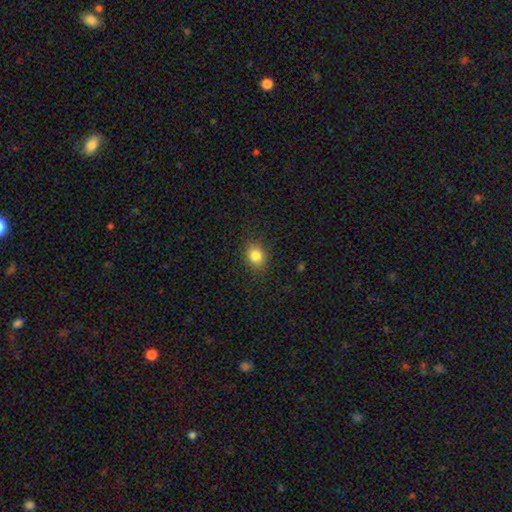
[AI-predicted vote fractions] Smooth or featured? Predicted: smooth (p=0.83). How rounded? Predicted: round (p=0.60). Merging? Predicted: none (p=0.87).